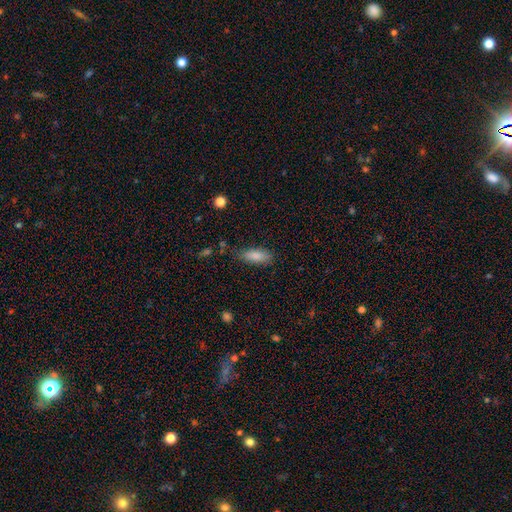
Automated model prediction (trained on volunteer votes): Overall: smooth (84%). How rounded: in between (72%). Merging: none (77%).